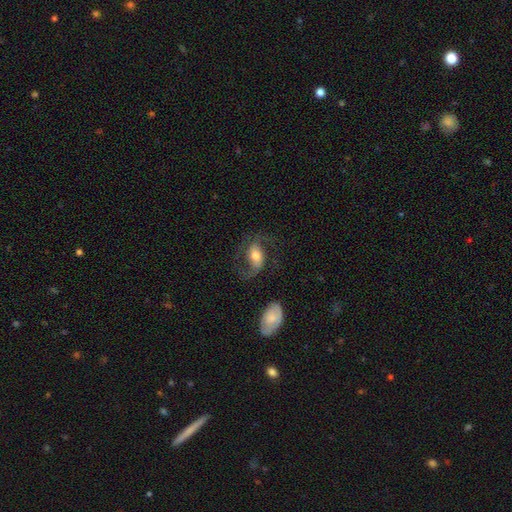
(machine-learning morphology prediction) Smooth or featured? featured or disk (68%)
Edge-on disk? no (95%)
Bar? weak (38%)
Spiral arms? yes (91%)
Spiral winding? loose (53%)
Spiral arm count? 2 (89%)
Bulge size? moderate (62%)
Merging? none (60%)